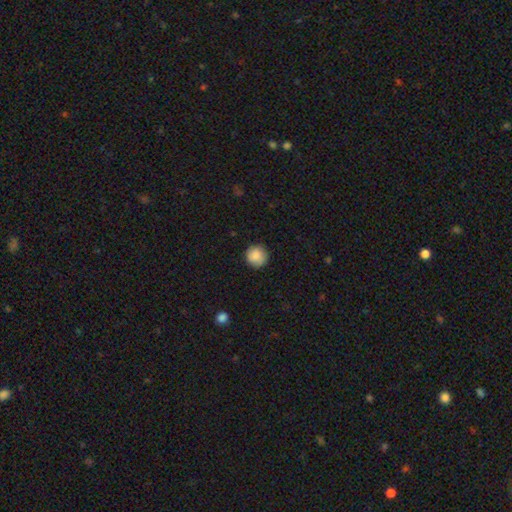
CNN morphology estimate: A smooth galaxy with no disk features (82%) that is round (92%). Merging: none (83%).